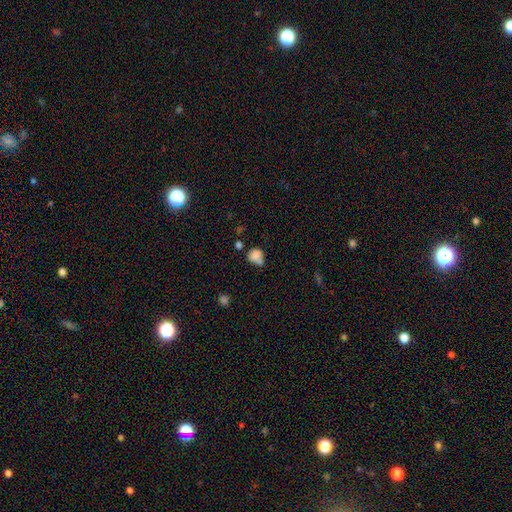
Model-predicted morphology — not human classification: This is likely a smooth galaxy (78%). How rounded: likely round (66%). Merging: marginally none (38%).